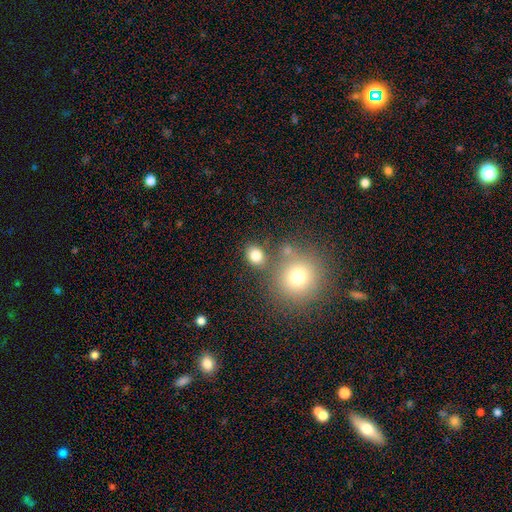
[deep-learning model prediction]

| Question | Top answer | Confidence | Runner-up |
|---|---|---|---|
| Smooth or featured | smooth | 79% | star or artifact (13%) |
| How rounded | round | 60% | in between (39%) |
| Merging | none | 72% | merger (13%) |